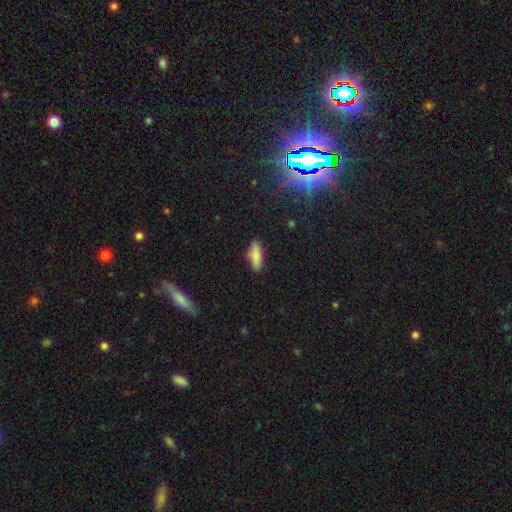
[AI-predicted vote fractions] smooth_or_featured: smooth (p=0.83) [alt: featured or disk p=0.09]
how_rounded: in between (p=0.60) [alt: cigar-shaped p=0.37]
merging: none (p=0.84) [alt: minor disturbance p=0.12]